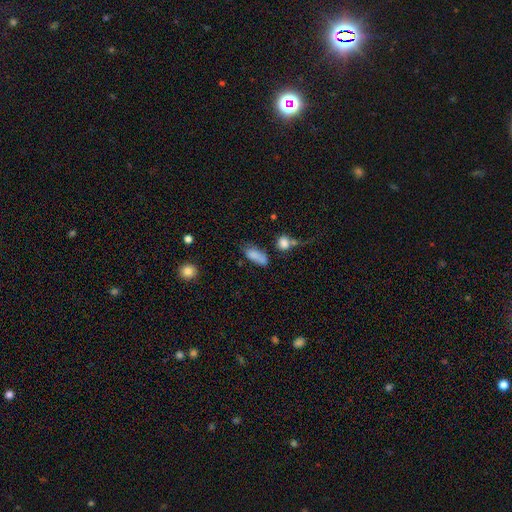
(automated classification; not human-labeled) A smooth galaxy with no disk features (80%) that is in between round and cigar-shaped (76%).

Vote fractions:
- Smooth or featured? smooth: 80% / featured or disk: 10% / star or artifact: 10%
- How rounded? in between: 76% / cigar-shaped: 19% / round: 5%
- Merging? none: 44% / minor disturbance: 29% / major disturbance: 14% / merger: 12%